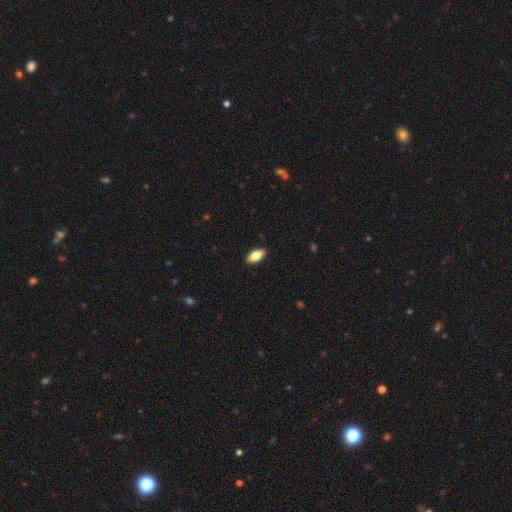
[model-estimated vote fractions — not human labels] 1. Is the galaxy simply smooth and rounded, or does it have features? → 77% smooth, 16% featured or disk, 7% star or artifact.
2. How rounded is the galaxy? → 88% in between, 9% cigar-shaped, 3% round.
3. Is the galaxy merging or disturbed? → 89% none, 8% minor disturbance, 2% major disturbance, 1% merger.